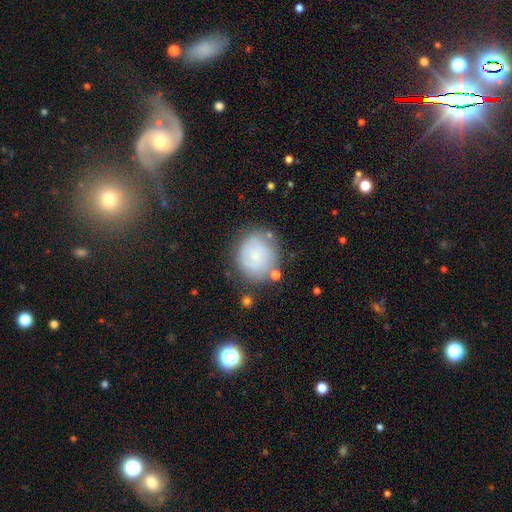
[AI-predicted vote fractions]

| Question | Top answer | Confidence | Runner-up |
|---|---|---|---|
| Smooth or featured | smooth | 60% | featured or disk (31%) |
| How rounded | round | 76% | in between (23%) |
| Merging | none | 68% | minor disturbance (19%) |